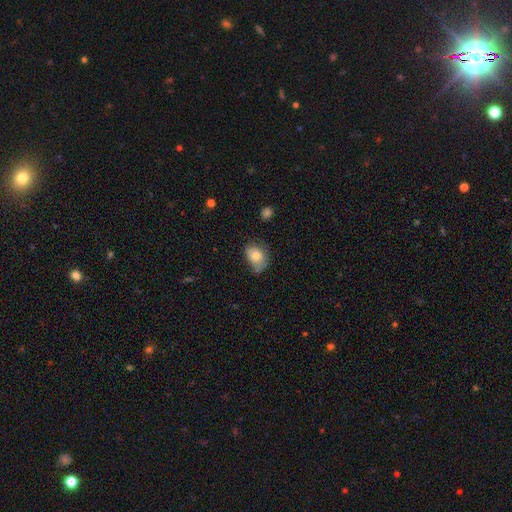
Morphology: type=smooth (77%); roundness=in between (73%); merging=none (51%).